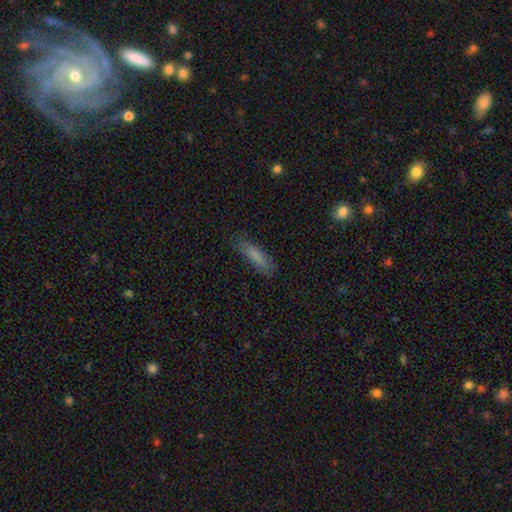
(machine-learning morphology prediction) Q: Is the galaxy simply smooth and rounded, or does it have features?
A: smooth — 80%.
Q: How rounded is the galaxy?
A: cigar-shaped — 73%.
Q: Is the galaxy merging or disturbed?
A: none — 81%.